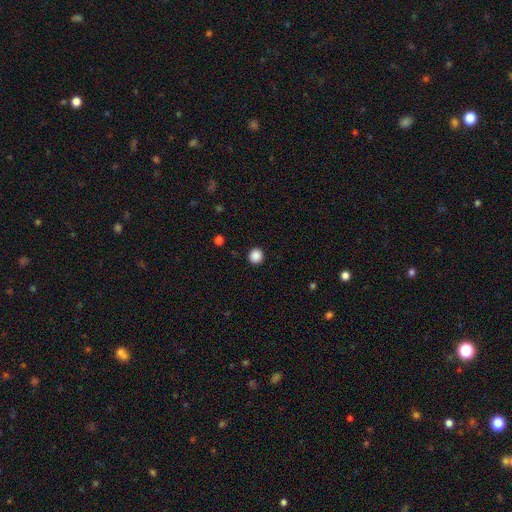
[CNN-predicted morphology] smooth 88%, star or artifact 10%, featured or disk 2%. Down the decision tree: how rounded — round (95%); merging — none (93%).